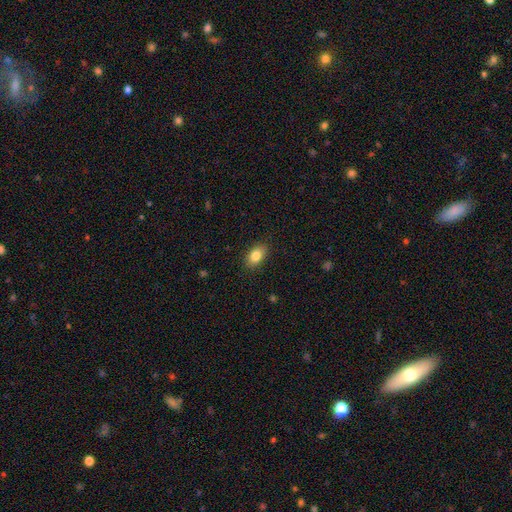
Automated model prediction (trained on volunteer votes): Overall: smooth (84%). How rounded: in between (86%). Merging: none (87%).